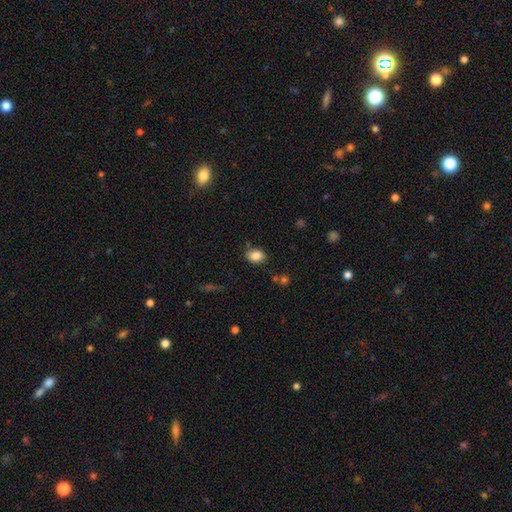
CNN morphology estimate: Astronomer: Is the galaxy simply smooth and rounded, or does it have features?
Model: smooth — 86%.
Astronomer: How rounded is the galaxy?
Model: in between — 72%.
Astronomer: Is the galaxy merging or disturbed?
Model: none — 77%.